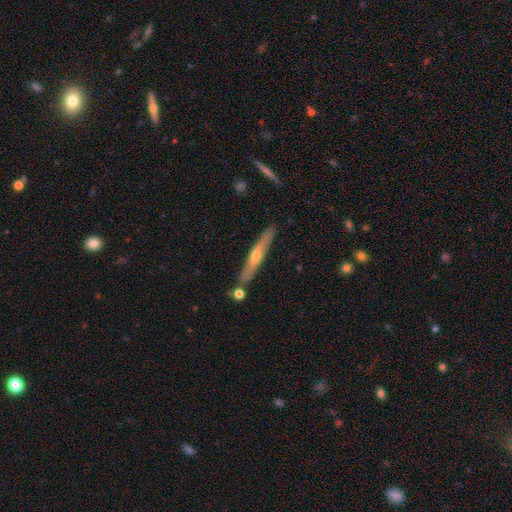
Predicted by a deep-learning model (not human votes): Overall: featured or disk (58%; smooth 36%). Edge-on disk: yes (90%). Edge-on bulge: rounded (70%). Merging: none (82%).